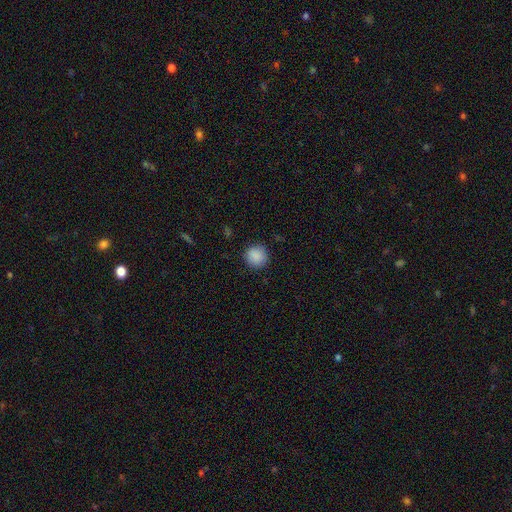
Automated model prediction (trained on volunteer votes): A smooth galaxy with no disk features (89%) that is round (93%). Merging: none (89%).